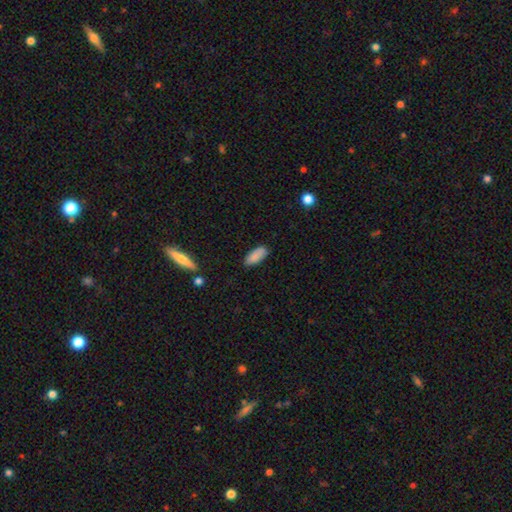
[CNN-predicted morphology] smooth_or_featured: smooth (p=0.87) [alt: star or artifact p=0.07]
how_rounded: in between (p=0.81) [alt: cigar-shaped p=0.17]
merging: none (p=0.81) [alt: minor disturbance p=0.15]